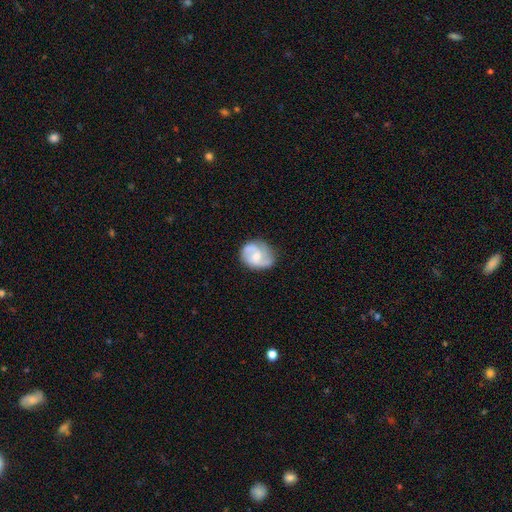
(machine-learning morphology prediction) featured or disk 67%, smooth 26%, star or artifact 6%. Down the decision tree: edge-on disk — no (98%); bar — no (53%); spiral arms — yes (90%); spiral arm count — 2 (77%); spiral winding — medium (47%); bulge size — moderate (52%); merging — none (66%).